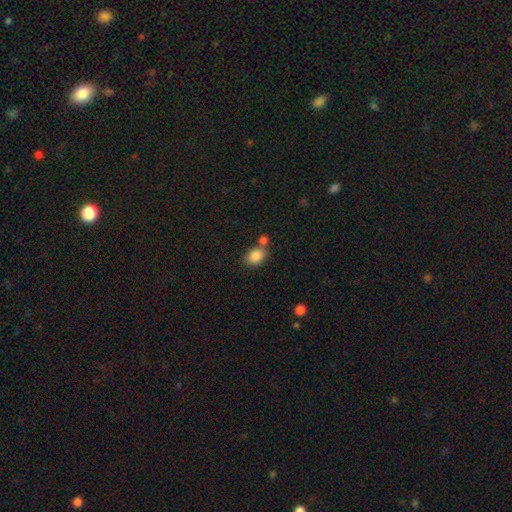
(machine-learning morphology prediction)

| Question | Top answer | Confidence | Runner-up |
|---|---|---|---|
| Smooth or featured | smooth | 86% | star or artifact (9%) |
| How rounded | in between | 65% | round (34%) |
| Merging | none | 58% | merger (27%) |